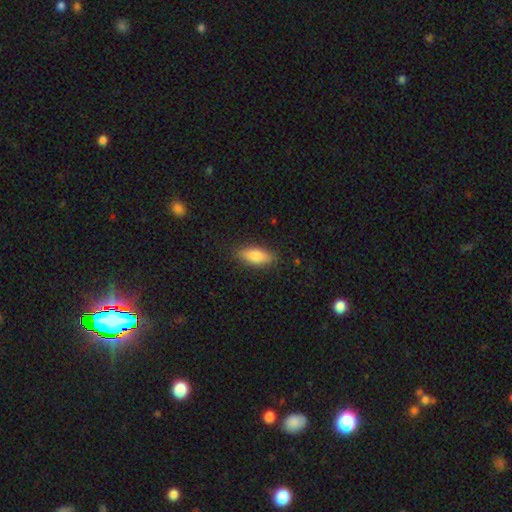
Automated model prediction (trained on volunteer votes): A smooth galaxy with no disk features (82%) that is in between round and cigar-shaped (77%). Merging: none (85%).